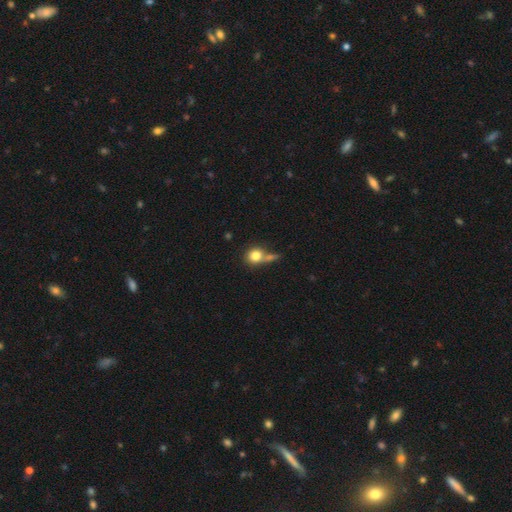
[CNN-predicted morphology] A smooth galaxy with no disk features (79%) that is round (80%). Merging: none (44%).